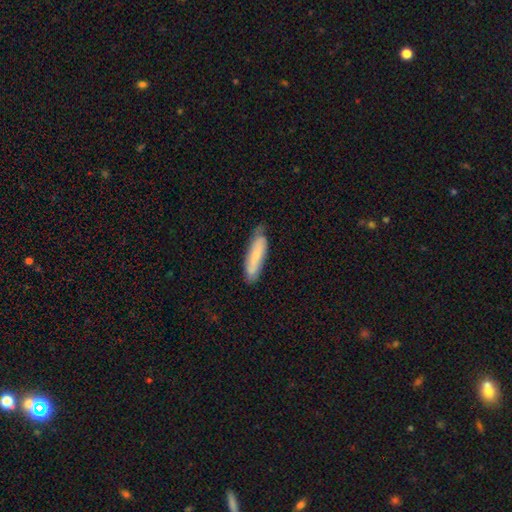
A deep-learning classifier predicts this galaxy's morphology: Q: Smooth or featured?
A: smooth (63%); runner-up: featured or disk (30%)
Q: How rounded?
A: cigar-shaped (65%); runner-up: in between (34%)
Q: Merging?
A: none (64%); runner-up: minor disturbance (28%)